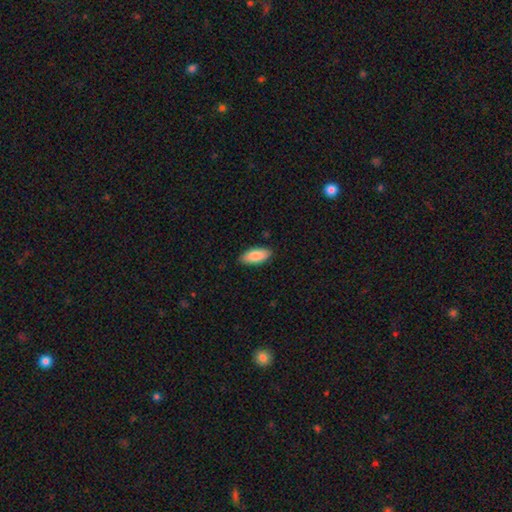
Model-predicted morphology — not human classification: Q: Smooth or featured?
A: smooth (88%); runner-up: featured or disk (6%)
Q: How rounded?
A: in between (88%); runner-up: cigar-shaped (10%)
Q: Merging?
A: none (88%); runner-up: minor disturbance (10%)